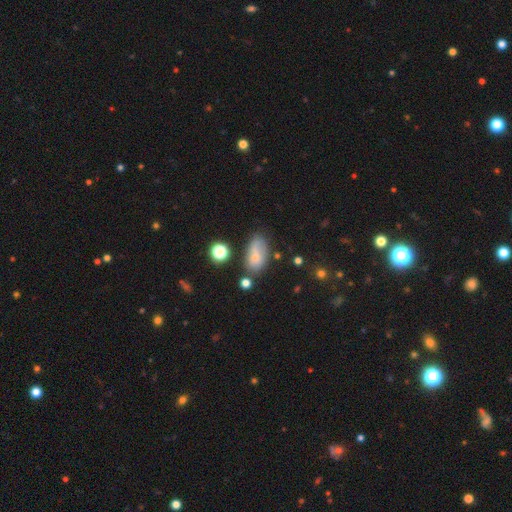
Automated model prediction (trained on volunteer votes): Smooth or featured? smooth (66%)
How rounded? in between (88%)
Merging? none (52%)